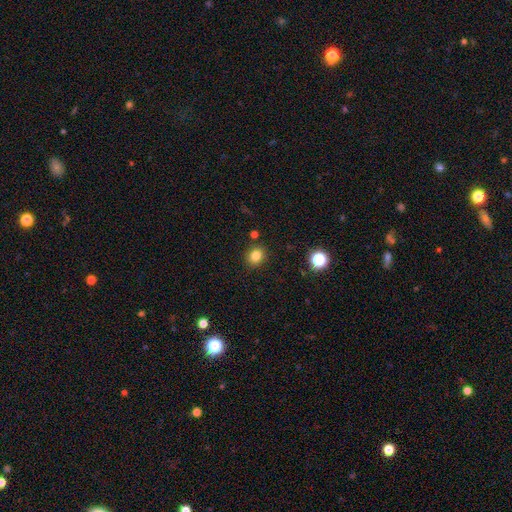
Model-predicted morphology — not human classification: Smooth or featured? Predicted: smooth (p=0.81). How rounded? Predicted: round (p=0.70). Merging? Predicted: none (p=0.87).